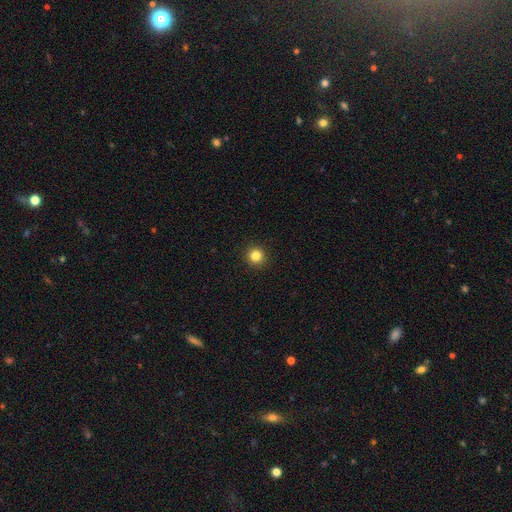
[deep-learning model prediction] A smooth galaxy with no disk features (83%) that is round (95%). Merging: none (93%).